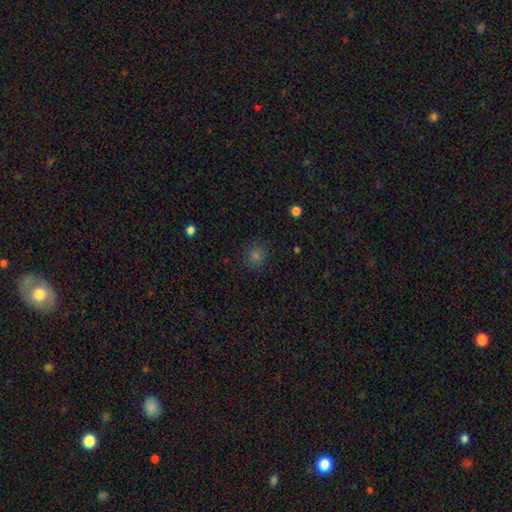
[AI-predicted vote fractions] A smooth galaxy with no disk features (72%) that is round (88%).

Vote fractions:
- Smooth or featured? smooth: 72% / star or artifact: 22% / featured or disk: 7%
- How rounded? round: 88% / in between: 10% / cigar-shaped: 1%
- Merging? none: 88% / minor disturbance: 9% / major disturbance: 2% / merger: 1%